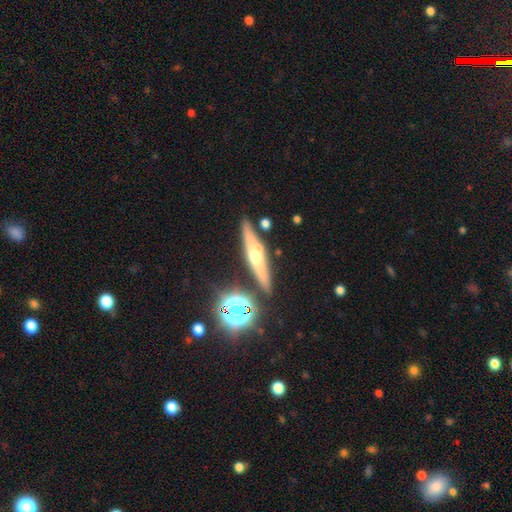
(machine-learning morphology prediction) Smooth or featured: featured or disk — 57% (smooth — 29%)
Edge-on disk: yes — 91% (no — 9%)
Edge-on bulge: rounded — 89% (none — 6%)
Merging: none — 82% (minor disturbance — 9%)